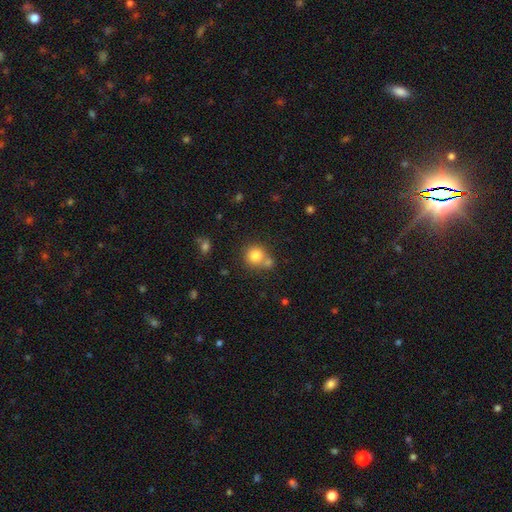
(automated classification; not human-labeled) The model was most divided on "merging": none: 54%, merger: 32%, minor disturbance: 10%, major disturbance: 4%. More confident: how rounded — round (87%); smooth or featured — smooth (81%).